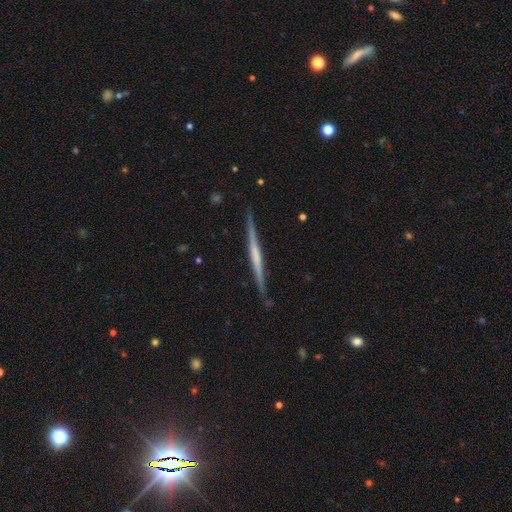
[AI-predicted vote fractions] This is likely a featured or disk galaxy (69%). It is clearly viewed edge-on (98%). Edge-on bulge: likely none (65%). Merging: clearly none (90%).